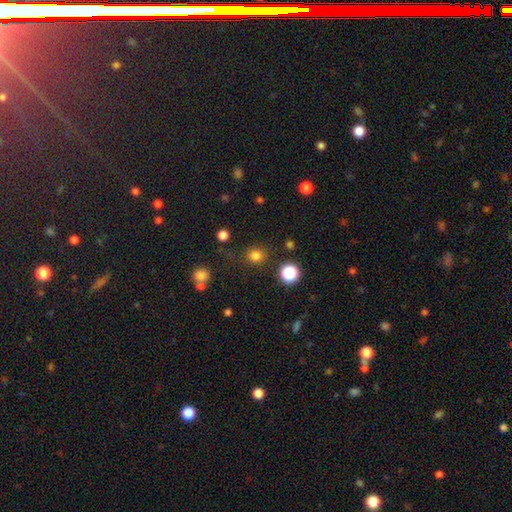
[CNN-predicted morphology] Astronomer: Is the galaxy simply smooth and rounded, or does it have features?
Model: smooth — 80%.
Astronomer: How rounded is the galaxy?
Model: round — 83%.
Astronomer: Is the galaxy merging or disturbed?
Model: none — 83%.